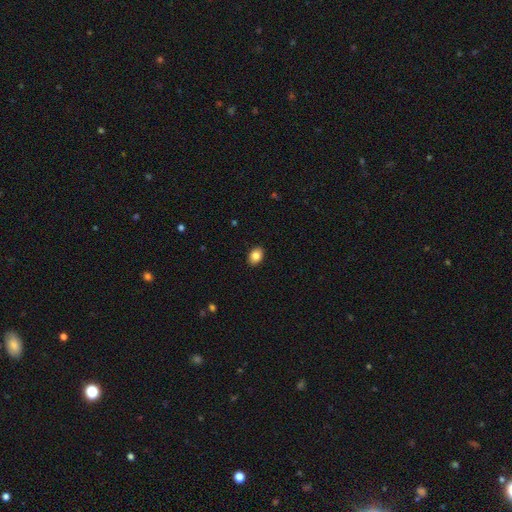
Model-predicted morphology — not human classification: Smooth or featured?
  - smooth: 85% *
  - star or artifact: 8%
  - featured or disk: 7%
How rounded?
  - in between: 77% *
  - round: 22%
  - cigar-shaped: 1%
Merging?
  - none: 90% *
  - minor disturbance: 7%
  - major disturbance: 2%
  - merger: 1%